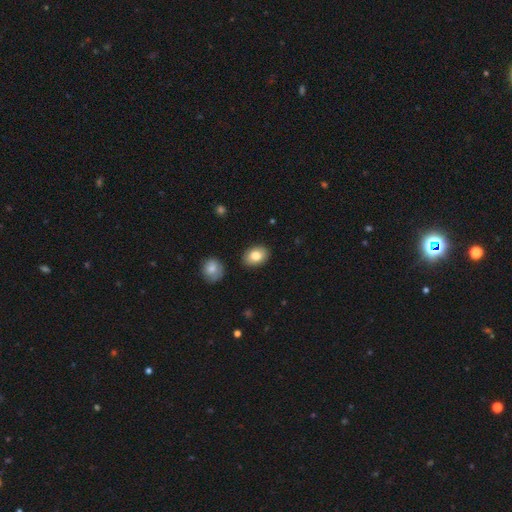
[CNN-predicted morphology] A smooth galaxy with no disk features (81%) that is in between round and cigar-shaped (75%).

Vote fractions:
- Smooth or featured? smooth: 81% / featured or disk: 12% / star or artifact: 8%
- How rounded? in between: 75% / round: 24% / cigar-shaped: 1%
- Merging? none: 88% / minor disturbance: 8% / merger: 2% / major disturbance: 2%